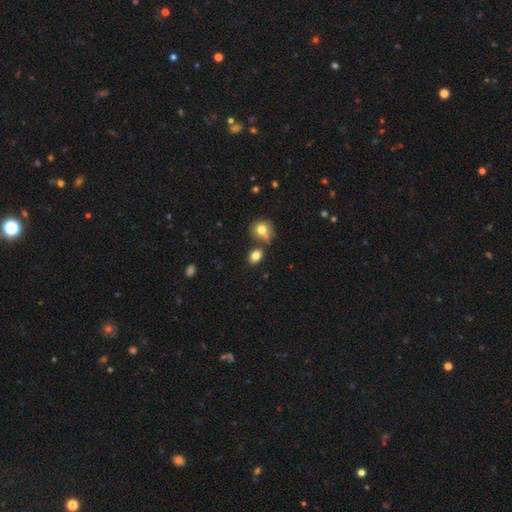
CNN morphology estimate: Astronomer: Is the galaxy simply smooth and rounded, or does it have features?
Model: smooth — 82%.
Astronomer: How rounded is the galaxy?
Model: in between — 70%.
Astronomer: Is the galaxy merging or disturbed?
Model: none — 67%.